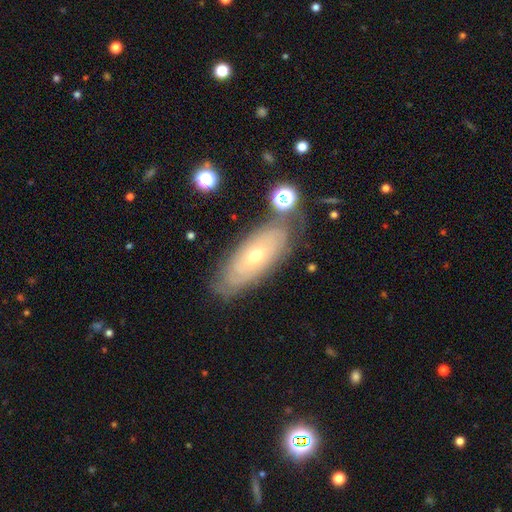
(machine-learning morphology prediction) smooth_or_featured: featured or disk (p=0.68) [alt: smooth p=0.24]
disk_edge_on: no (p=0.86) [alt: yes p=0.14]
bar: no (p=0.83) [alt: weak p=0.14]
has_spiral_arms: yes (p=0.74) [alt: no p=0.26]
bulge_size: small (p=0.52) [alt: moderate p=0.44]
merging: none (p=0.74) [alt: minor disturbance p=0.17]